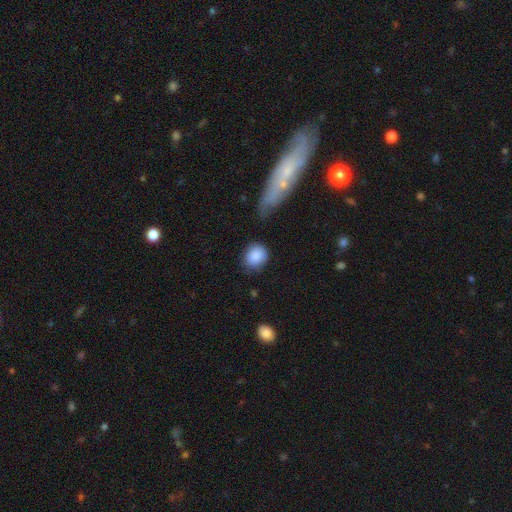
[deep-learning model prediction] Smooth or featured? Predicted: smooth (p=0.88). How rounded? Predicted: round (p=0.74). Merging? Predicted: none (p=0.72).